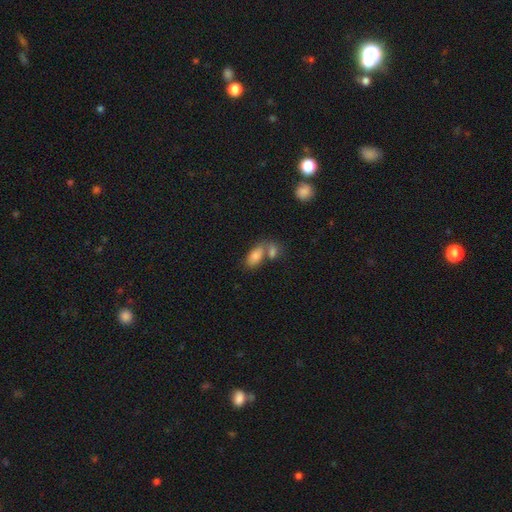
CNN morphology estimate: Smooth or featured: smooth — 79% (featured or disk — 13%)
How rounded: in between — 91% (round — 5%)
Merging: merger — 48% (none — 37%)